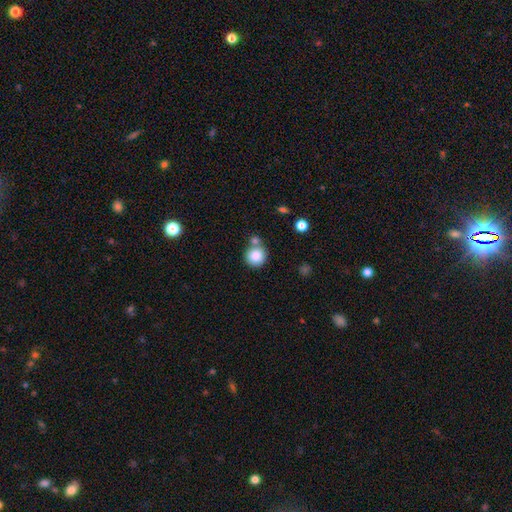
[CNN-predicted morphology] Smooth or featured?
  - smooth: 85% *
  - star or artifact: 9%
  - featured or disk: 6%
How rounded?
  - round: 92% *
  - in between: 7%
  - cigar-shaped: 1%
Merging?
  - none: 61% *
  - merger: 25%
  - minor disturbance: 10%
  - major disturbance: 3%